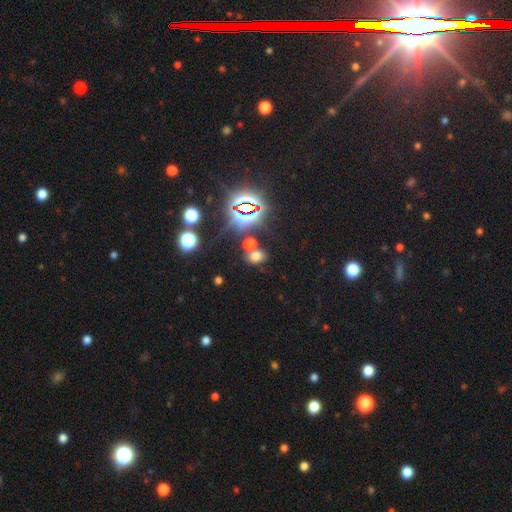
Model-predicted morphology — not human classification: A smooth galaxy with no disk features (54%) that is in between round and cigar-shaped (55%). Merging: none (64%).